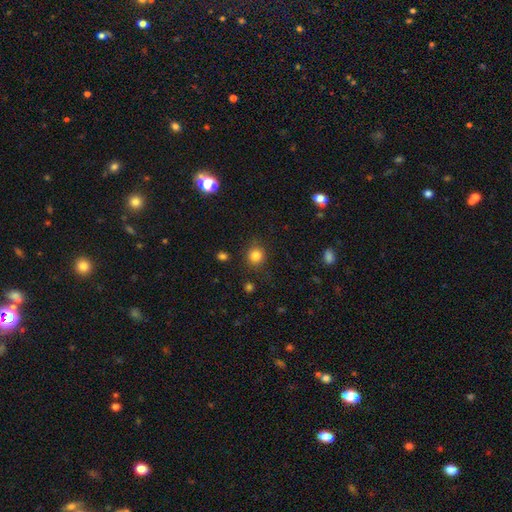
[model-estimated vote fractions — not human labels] This is clearly a smooth galaxy (83%). How rounded: clearly round (88%). Merging: clearly none (85%).